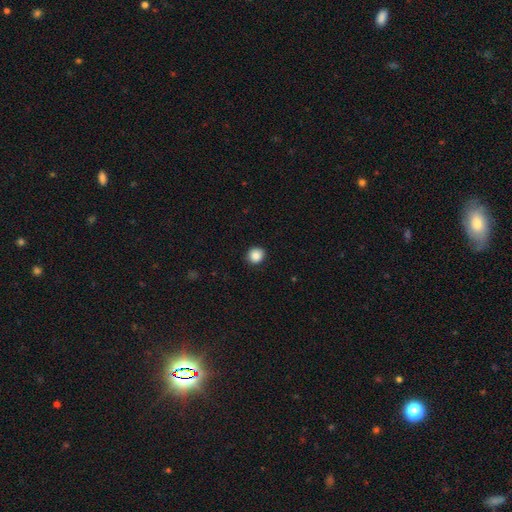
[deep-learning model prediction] Smooth or featured?
  - smooth: 88% *
  - star or artifact: 9%
  - featured or disk: 3%
How rounded?
  - round: 87% *
  - in between: 12%
  - cigar-shaped: 1%
Merging?
  - none: 91% *
  - minor disturbance: 6%
  - major disturbance: 2%
  - merger: 1%